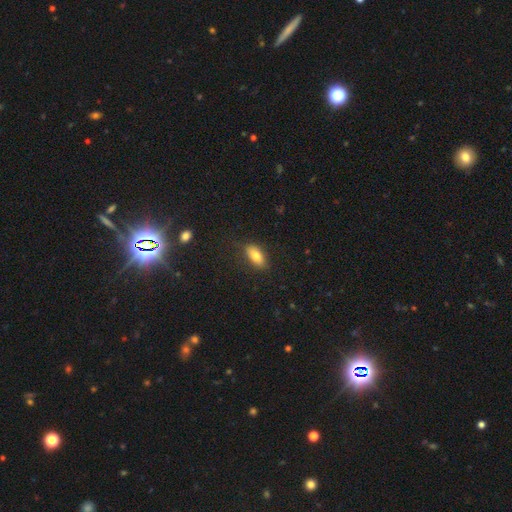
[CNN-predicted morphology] This is likely a smooth galaxy (77%). How rounded: clearly in between (82%). Merging: clearly none (82%).